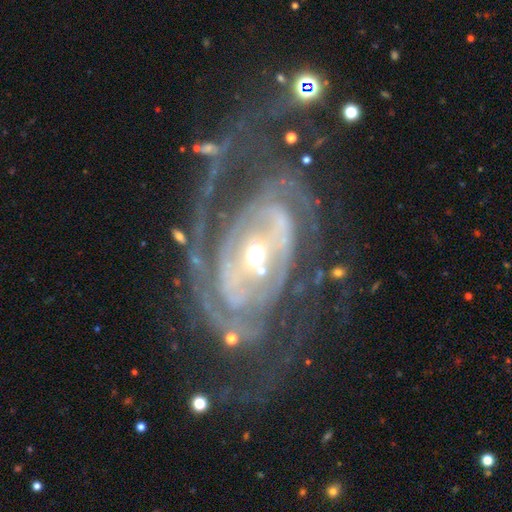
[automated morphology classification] This appears to be a featured or disk galaxy (89%) with no bar (52%), 2 (37%) tight (59%) spiral arms (92%) and a moderate central bulge (49%). Merging: none (52%).